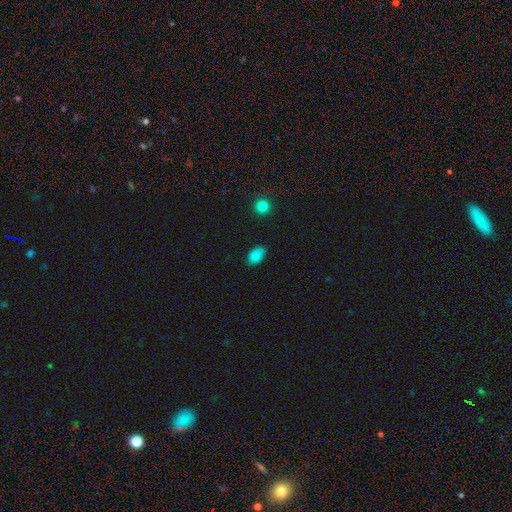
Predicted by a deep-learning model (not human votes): Smooth or featured: smooth — 85% (star or artifact — 11%)
How rounded: in between — 89% (round — 10%)
Merging: none — 82% (minor disturbance — 13%)